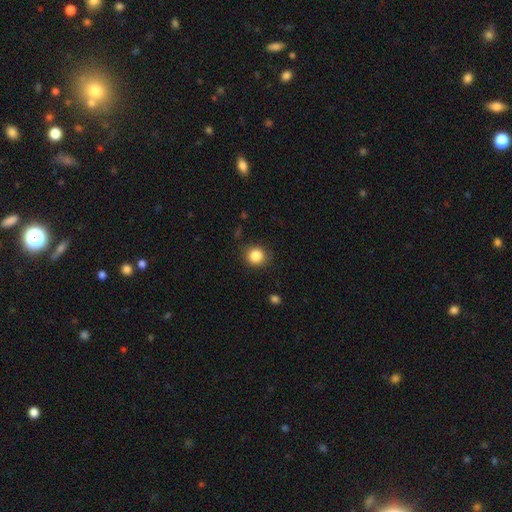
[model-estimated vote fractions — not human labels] A smooth galaxy with no disk features (85%) that is round (86%). Merging: none (83%).